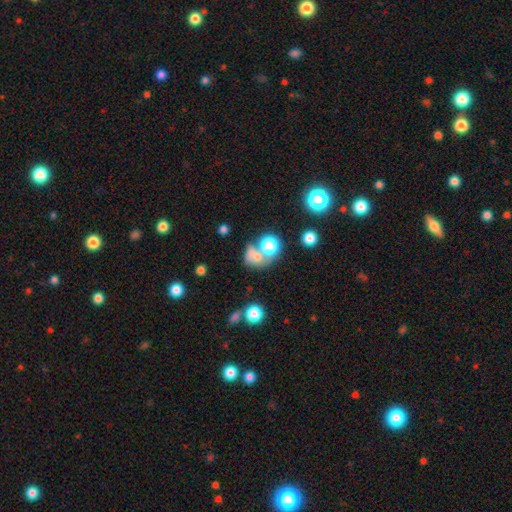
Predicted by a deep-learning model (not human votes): smooth_or_featured: smooth (p=0.62) [alt: featured or disk p=0.20]
how_rounded: round (p=0.64) [alt: in between p=0.35]
merging: merger (p=0.51) [alt: none p=0.28]